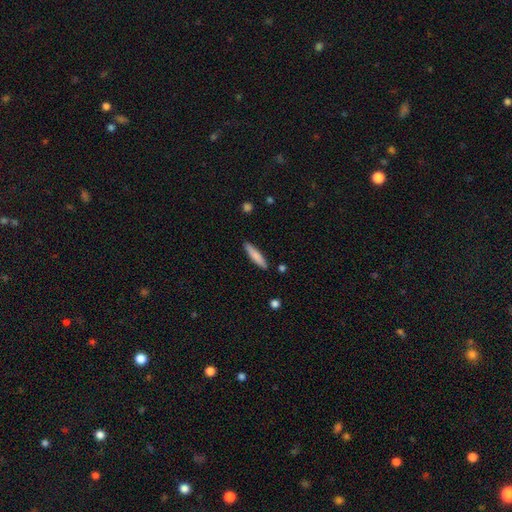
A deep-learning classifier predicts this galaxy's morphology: Smooth or featured? smooth (79%)
How rounded? cigar-shaped (87%)
Merging? none (89%)